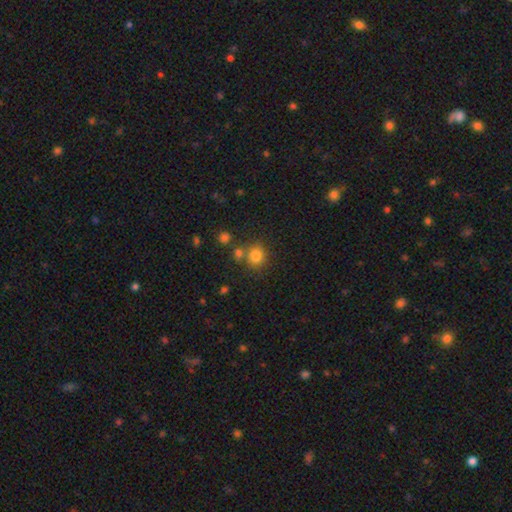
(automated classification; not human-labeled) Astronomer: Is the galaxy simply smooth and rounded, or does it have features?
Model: smooth — 81%.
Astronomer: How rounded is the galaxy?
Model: round — 83%.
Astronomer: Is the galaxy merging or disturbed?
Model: none — 68%.